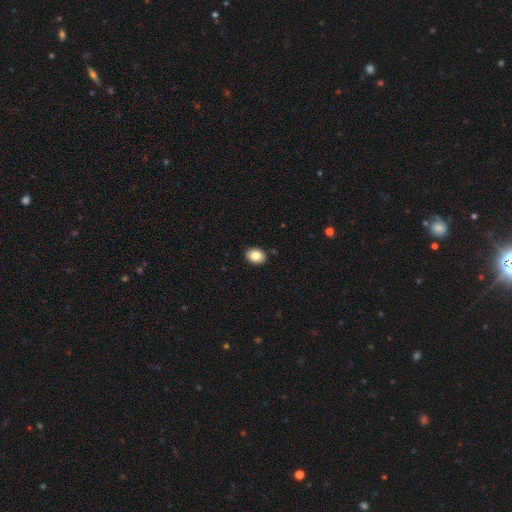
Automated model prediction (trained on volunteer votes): Smooth or featured: smooth — 85% (star or artifact — 8%)
How rounded: in between — 63% (round — 36%)
Merging: none — 90% (minor disturbance — 7%)